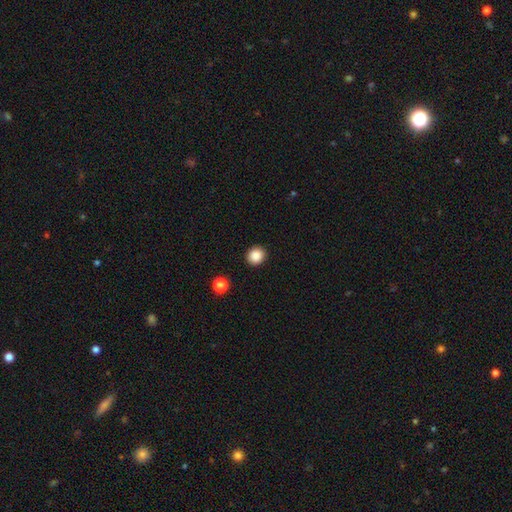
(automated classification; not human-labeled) Morphology: type=smooth (87%); roundness=round (85%); merging=none (90%).